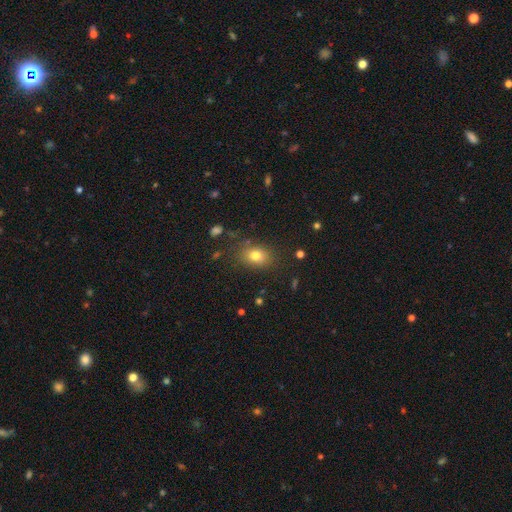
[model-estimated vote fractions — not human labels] Morphology: type=smooth (78%); roundness=in between (69%); merging=none (80%).